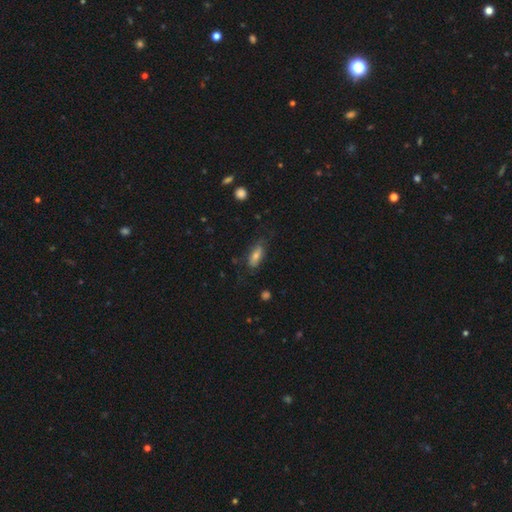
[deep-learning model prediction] smooth 67%, featured or disk 24%, star or artifact 9%. Down the decision tree: how rounded — in between (72%); merging — none (67%).